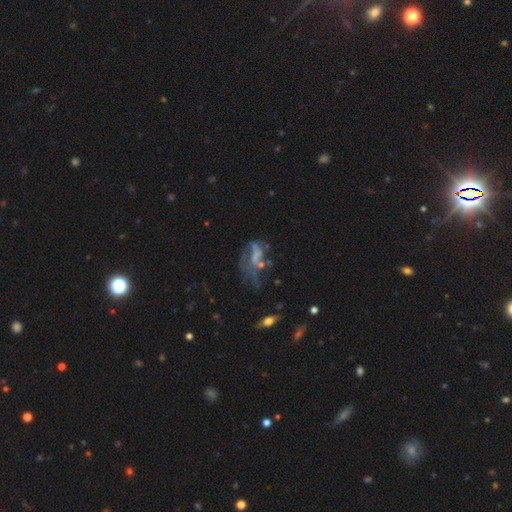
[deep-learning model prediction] Smooth or featured? featured or disk (53%)
Edge-on disk? no (92%)
Merging? major disturbance (44%)